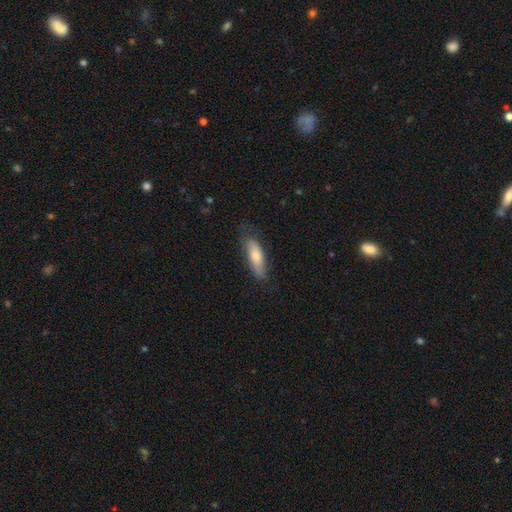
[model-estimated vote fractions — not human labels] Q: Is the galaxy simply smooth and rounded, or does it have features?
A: smooth — 59%.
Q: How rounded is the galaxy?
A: cigar-shaped — 57%.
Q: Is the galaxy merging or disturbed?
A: none — 74%.